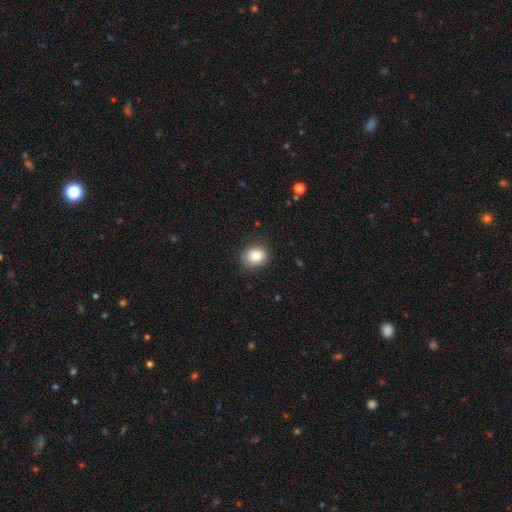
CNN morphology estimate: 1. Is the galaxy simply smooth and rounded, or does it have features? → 85% smooth, 9% star or artifact, 6% featured or disk.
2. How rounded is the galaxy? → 67% round, 32% in between, 1% cigar-shaped.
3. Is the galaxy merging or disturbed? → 84% none, 12% minor disturbance, 3% major disturbance, 1% merger.